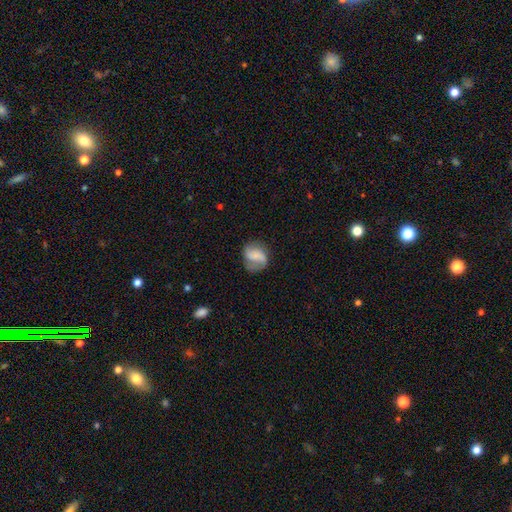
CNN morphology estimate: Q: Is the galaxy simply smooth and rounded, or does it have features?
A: featured or disk — 47%.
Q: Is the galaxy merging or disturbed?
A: none — 61%.